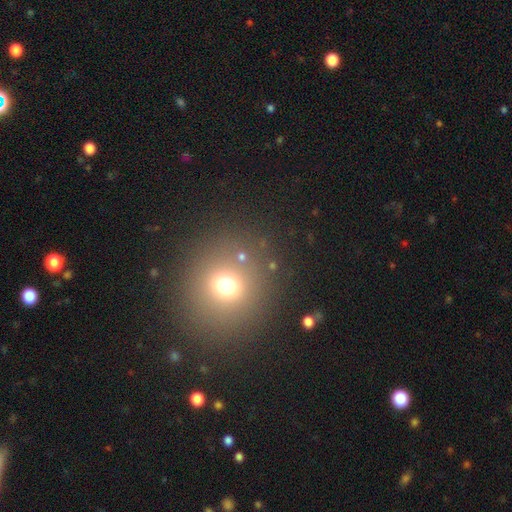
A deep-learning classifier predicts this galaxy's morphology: Smooth or featured?
  - smooth: 62% *
  - star or artifact: 27%
  - featured or disk: 11%
How rounded?
  - round: 86% *
  - in between: 13%
  - cigar-shaped: 1%
Merging?
  - none: 87% *
  - minor disturbance: 7%
  - major disturbance: 3%
  - merger: 3%